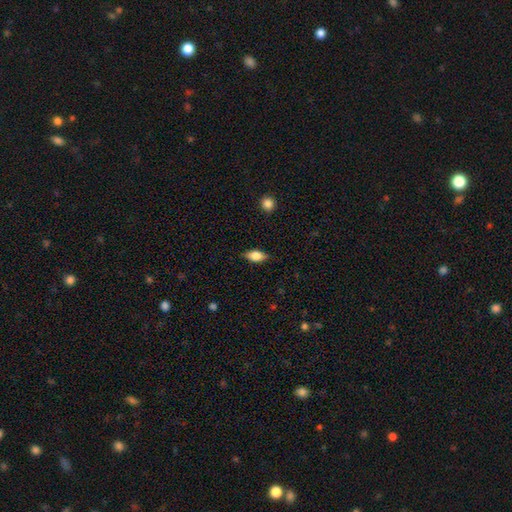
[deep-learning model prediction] smooth_or_featured: smooth (p=0.74) [alt: featured or disk p=0.19]
how_rounded: in between (p=0.86) [alt: cigar-shaped p=0.09]
merging: none (p=0.84) [alt: minor disturbance p=0.12]